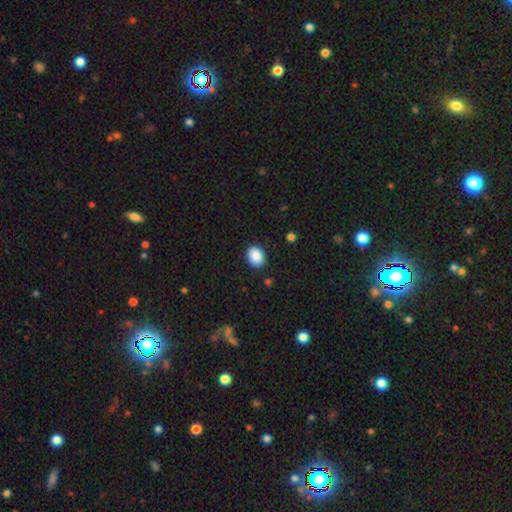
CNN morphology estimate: Overall: smooth (89%). How rounded: in between (61%; round 38%). Merging: none (88%).